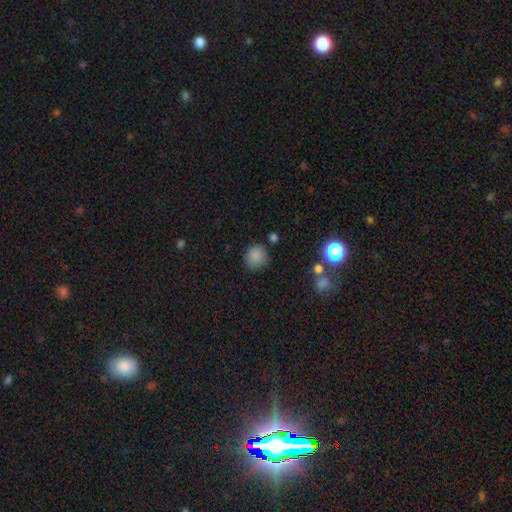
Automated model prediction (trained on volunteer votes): Smooth or featured?
  - smooth: 84% *
  - star or artifact: 11%
  - featured or disk: 5%
How rounded?
  - round: 89% *
  - in between: 10%
  - cigar-shaped: 1%
Merging?
  - none: 78% *
  - minor disturbance: 15%
  - major disturbance: 4%
  - merger: 4%